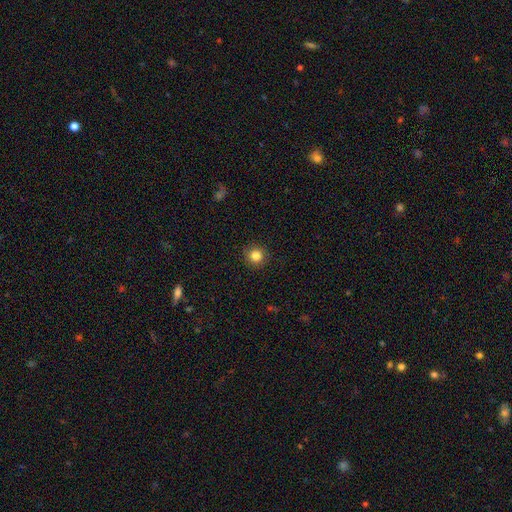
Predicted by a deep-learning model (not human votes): Morphology: type=smooth (84%); roundness=round (94%); merging=none (91%).